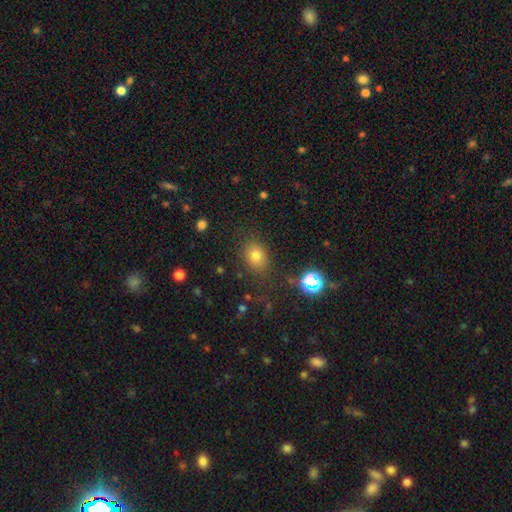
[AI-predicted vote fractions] A smooth galaxy with no disk features (75%) that is in between round and cigar-shaped (57%).

Vote fractions:
- Smooth or featured? smooth: 75% / star or artifact: 17% / featured or disk: 8%
- How rounded? in between: 57% / round: 42% / cigar-shaped: 1%
- Merging? none: 80% / minor disturbance: 12% / major disturbance: 5% / merger: 3%